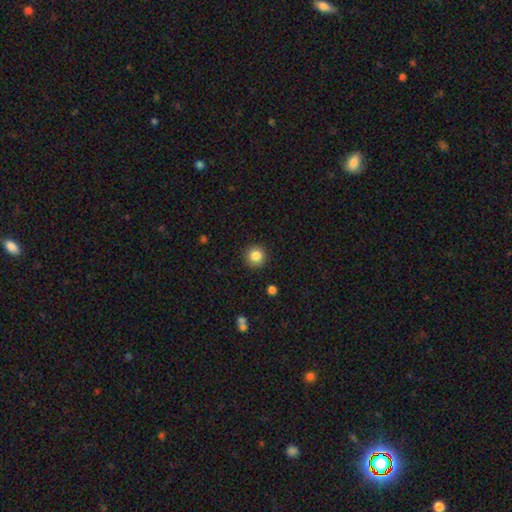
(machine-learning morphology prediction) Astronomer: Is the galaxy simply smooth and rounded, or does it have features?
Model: smooth — 84%.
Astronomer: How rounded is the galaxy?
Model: round — 95%.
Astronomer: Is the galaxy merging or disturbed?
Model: none — 91%.